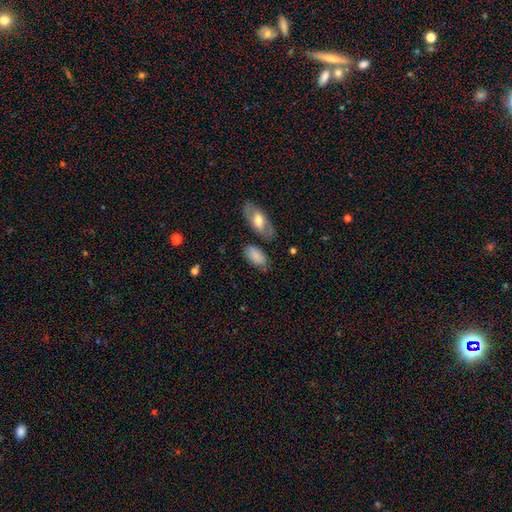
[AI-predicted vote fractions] A smooth galaxy with no disk features (81%) that is in between round and cigar-shaped (93%). Merging: none (67%).